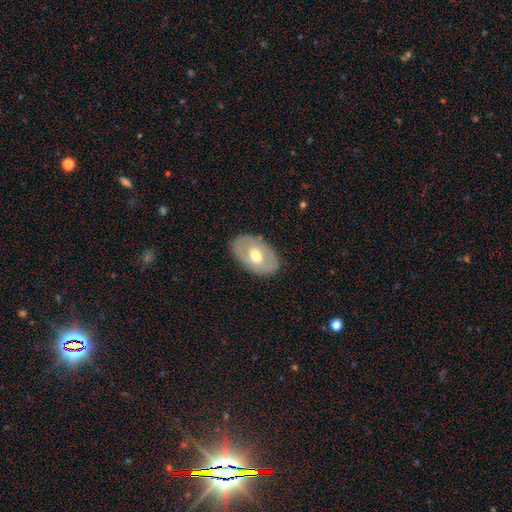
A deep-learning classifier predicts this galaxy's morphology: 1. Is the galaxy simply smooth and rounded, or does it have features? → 51% featured or disk, 43% smooth, 5% star or artifact.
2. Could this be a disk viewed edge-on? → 90% no, 10% yes.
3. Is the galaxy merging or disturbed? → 83% none, 12% minor disturbance, 4% major disturbance, 1% merger.